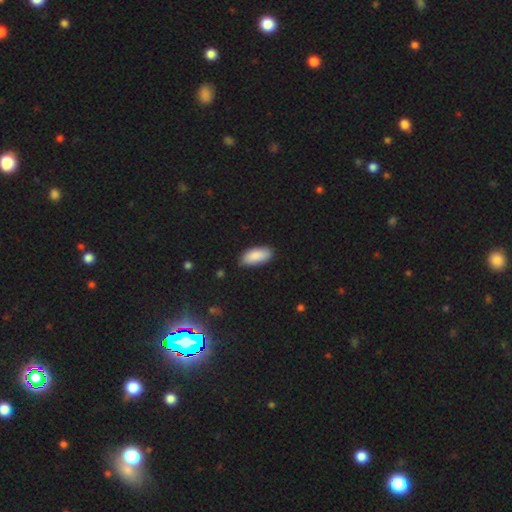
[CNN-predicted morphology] smooth_or_featured: smooth (p=0.89) [alt: star or artifact p=0.06]
how_rounded: in between (p=0.89) [alt: cigar-shaped p=0.09]
merging: none (p=0.83) [alt: minor disturbance p=0.14]